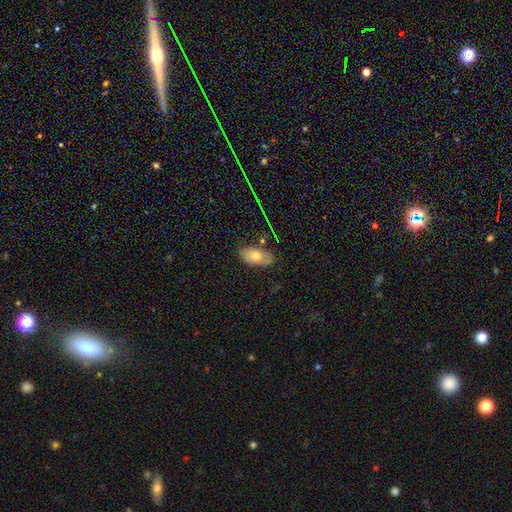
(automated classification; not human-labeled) The model was most divided on "smooth or featured": smooth: 67%, featured or disk: 21%, star or artifact: 11%. More confident: how rounded — in between (91%); merging — none (74%).